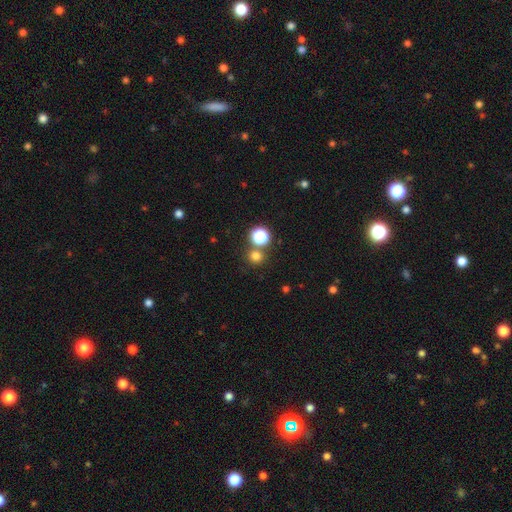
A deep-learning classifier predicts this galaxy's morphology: Smooth or featured: smooth — 73% (star or artifact — 22%)
How rounded: round — 90% (in between — 9%)
Merging: none — 76% (merger — 15%)